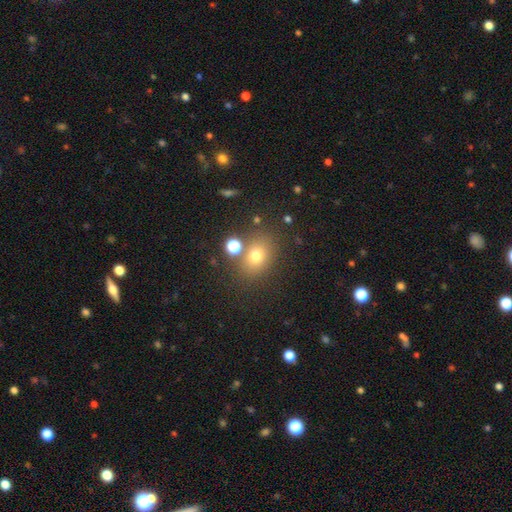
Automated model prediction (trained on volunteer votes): A smooth galaxy with no disk features (71%) that is in between round and cigar-shaped (55%). Merging: none (74%).